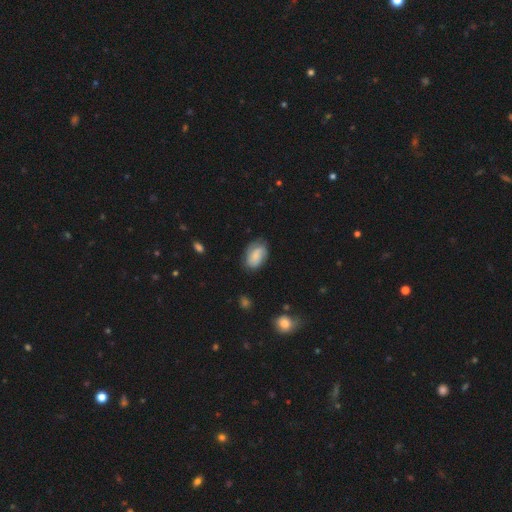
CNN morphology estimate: Smooth or featured? smooth (69%)
How rounded? in between (90%)
Merging? none (68%)